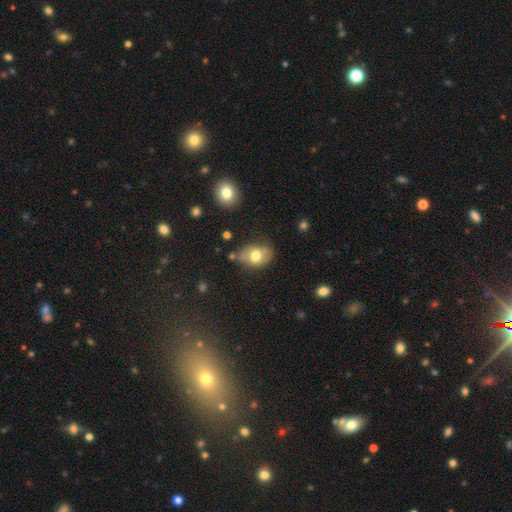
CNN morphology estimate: type=smooth (70%); roundness=in between (75%); merging=none (59%).